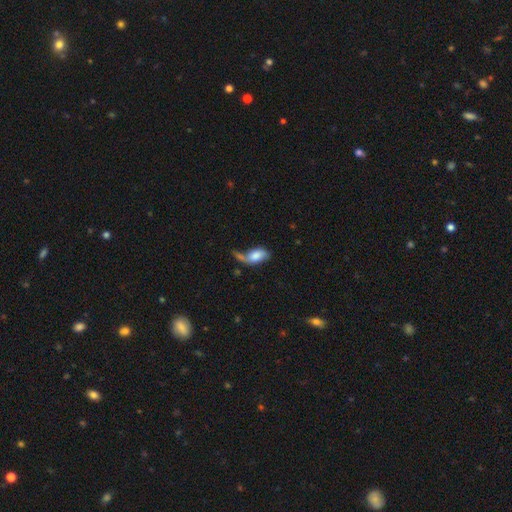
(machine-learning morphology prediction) This is likely a smooth galaxy (64%). How rounded: clearly in between (90%). Merging: marginally none (27%, tied with major disturbance).